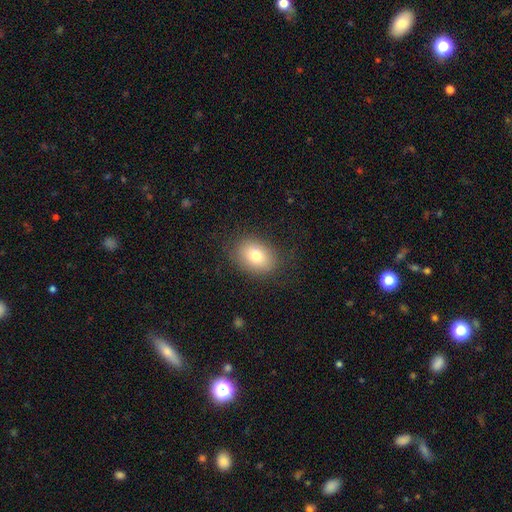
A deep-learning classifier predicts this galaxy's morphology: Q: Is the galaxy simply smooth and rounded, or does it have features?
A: smooth — 76%.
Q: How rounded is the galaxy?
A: in between — 68%.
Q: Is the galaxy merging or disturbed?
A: none — 83%.